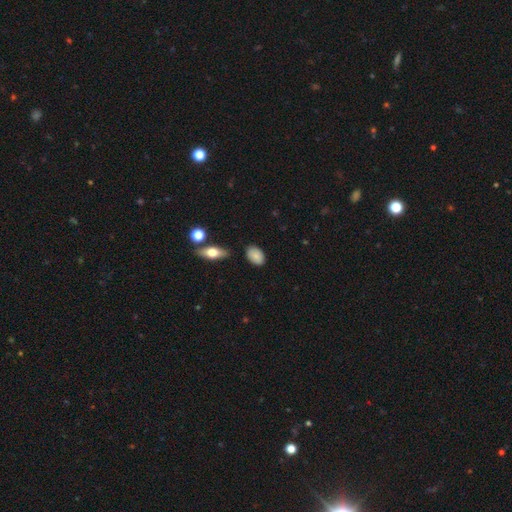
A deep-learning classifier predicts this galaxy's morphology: smooth_or_featured: smooth (p=0.81) [alt: featured or disk p=0.11]
how_rounded: in between (p=0.88) [alt: round p=0.10]
merging: none (p=0.80) [alt: minor disturbance p=0.15]